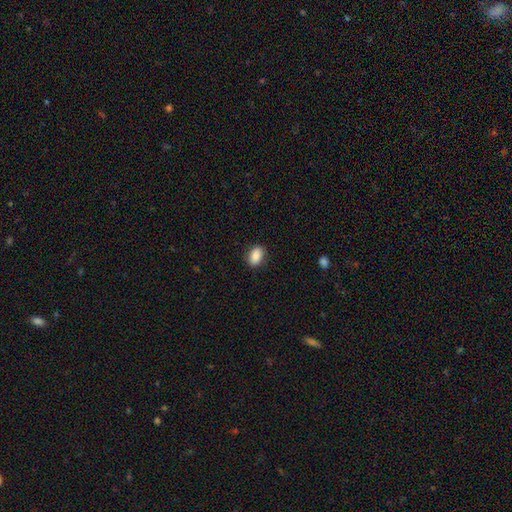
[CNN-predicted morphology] This appears to be a smooth galaxy with no disk features (88%) that is in between round and cigar-shaped (82%). Merging: none (87%).